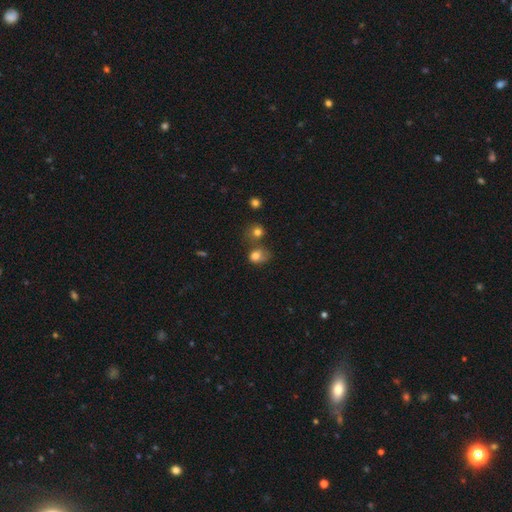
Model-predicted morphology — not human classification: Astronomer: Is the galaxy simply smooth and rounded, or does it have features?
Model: smooth — 75%.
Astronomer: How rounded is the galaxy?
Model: round — 52% (runner-up: in between, 47%).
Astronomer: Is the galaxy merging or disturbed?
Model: merger — 33% (runner-up: none, 30%).